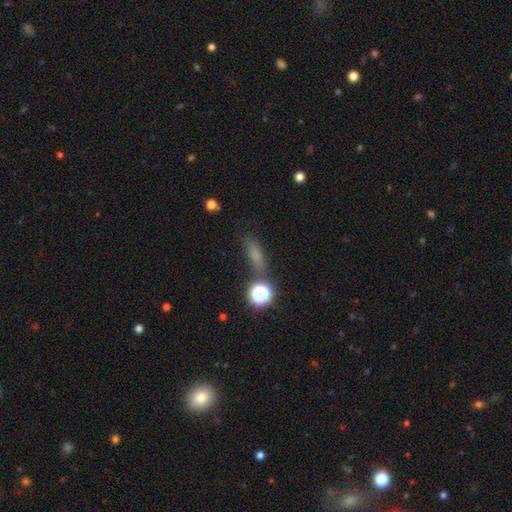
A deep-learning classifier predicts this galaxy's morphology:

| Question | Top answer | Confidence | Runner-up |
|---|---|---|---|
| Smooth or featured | smooth | 69% | star or artifact (21%) |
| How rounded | cigar-shaped | 45% | in between (43%) |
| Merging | none | 73% | minor disturbance (15%) |